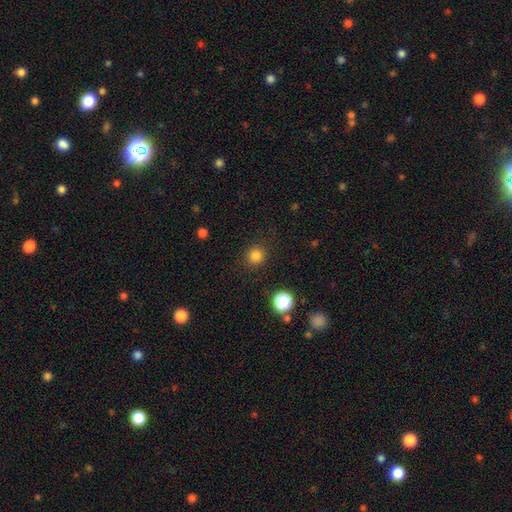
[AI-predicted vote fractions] Smooth or featured? Predicted: smooth (p=0.83). How rounded? Predicted: round (p=0.91). Merging? Predicted: none (p=0.89).